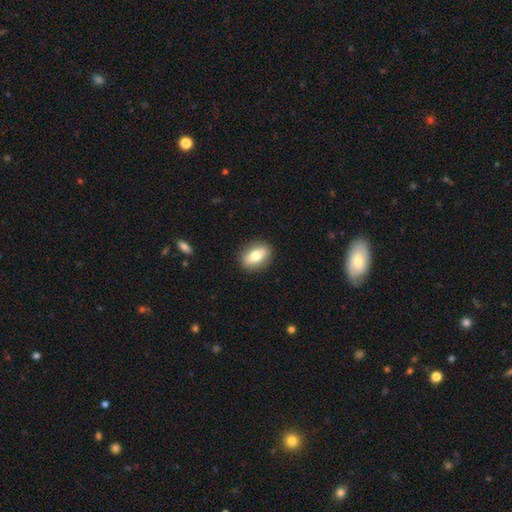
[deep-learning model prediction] A smooth galaxy with no disk features (66%) that is in between round and cigar-shaped (76%). Merging: none (89%).